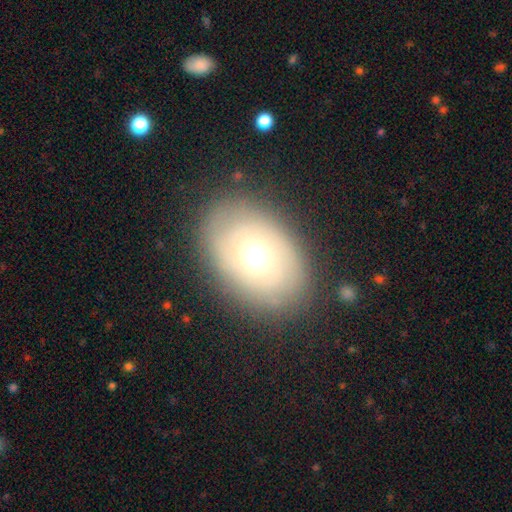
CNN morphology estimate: smooth-or-featured: featured or disk: 49% | smooth: 42% | star or artifact: 8%
  merging: none: 81% | minor disturbance: 13% | major disturbance: 5% | merger: 1%